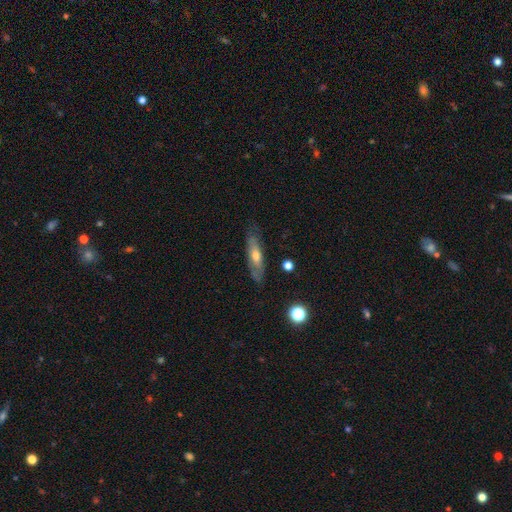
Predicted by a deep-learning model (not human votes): smooth 47%, featured or disk 46%, star or artifact 6%. Down the decision tree: merging — none (74%).